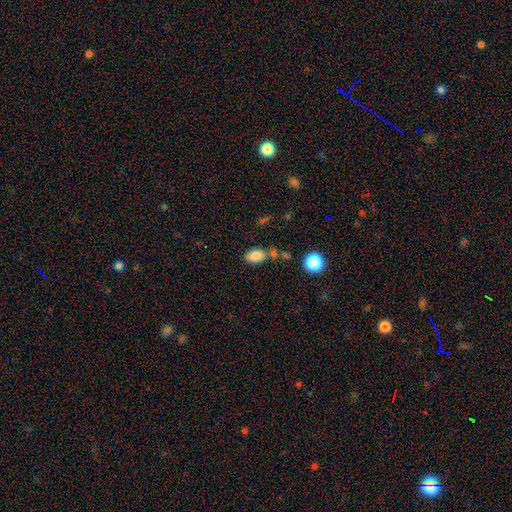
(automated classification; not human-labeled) smooth_or_featured: smooth (p=0.84) [alt: star or artifact p=0.10]
how_rounded: in between (p=0.89) [alt: round p=0.09]
merging: none (p=0.67) [alt: minor disturbance p=0.15]